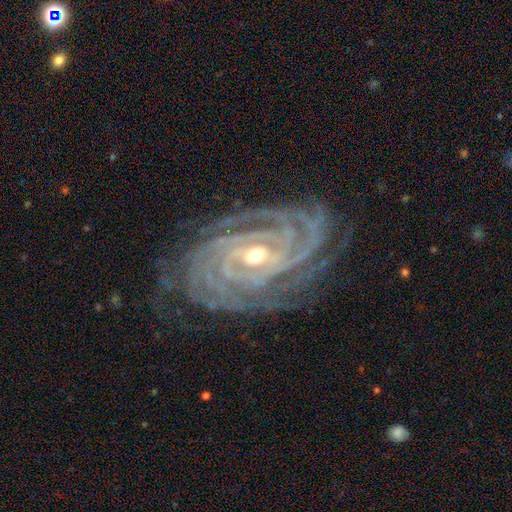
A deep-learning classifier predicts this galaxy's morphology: featured or disk 93%, star or artifact 5%, smooth 3%. Down the decision tree: edge-on disk — no (97%); bar — weak (36%); spiral arms — yes (99%); spiral arm count — 4 (27%); spiral winding — tight (80%); bulge size — moderate (49%); merging — none (76%).